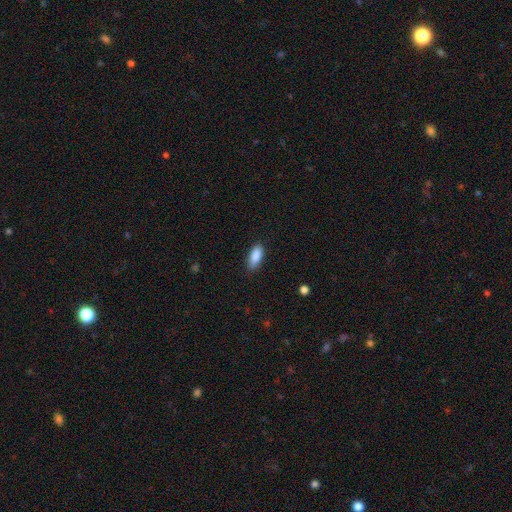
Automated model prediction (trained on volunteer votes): This is clearly a smooth galaxy (88%). How rounded: clearly in between (84%). Merging: clearly none (82%).